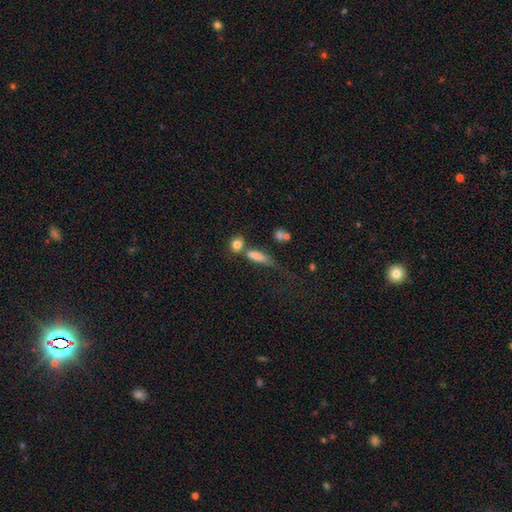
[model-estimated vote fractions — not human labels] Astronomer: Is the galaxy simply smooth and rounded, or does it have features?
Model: smooth — 70%.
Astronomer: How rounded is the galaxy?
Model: in between — 45% (runner-up: cigar-shaped, 41%).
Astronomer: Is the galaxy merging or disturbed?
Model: none — 38% (runner-up: merger, 29%).